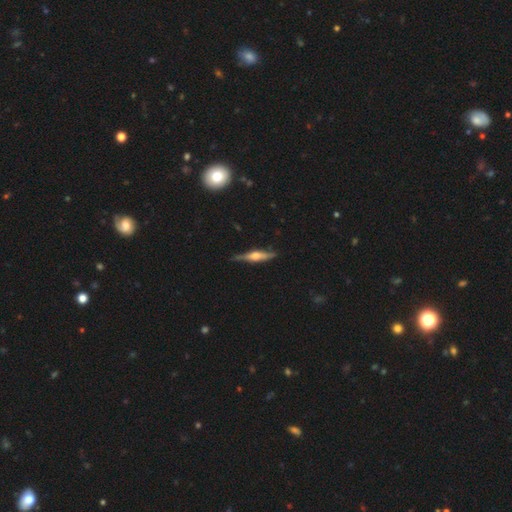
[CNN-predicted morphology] Overall: featured or disk (66%; smooth 28%). Edge-on disk: yes (96%). Edge-on bulge: rounded (77%). Merging: none (81%).